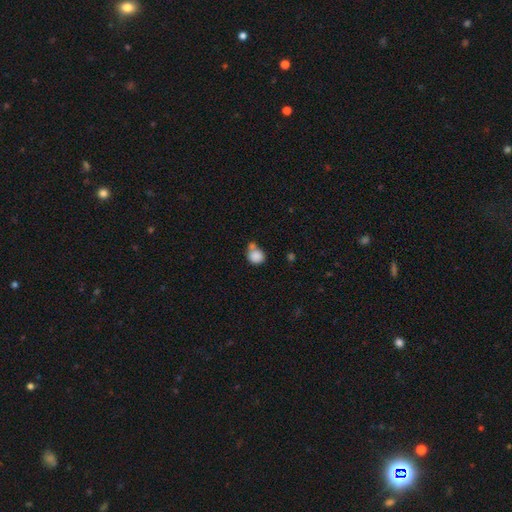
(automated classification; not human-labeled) smooth-or-featured: smooth: 85% | star or artifact: 9% | featured or disk: 6%
  how-rounded: round: 81% | in between: 18% | cigar-shaped: 1%
  merging: none: 46% | merger: 35% | minor disturbance: 14% | major disturbance: 6%